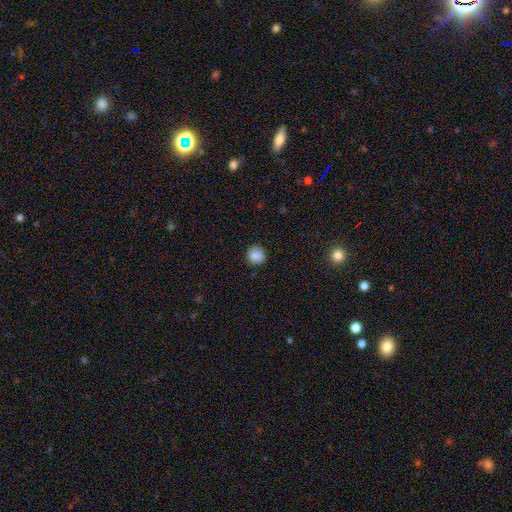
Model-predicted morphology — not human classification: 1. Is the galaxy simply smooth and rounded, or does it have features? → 85% smooth, 10% star or artifact, 5% featured or disk.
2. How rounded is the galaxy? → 91% round, 8% in between, 1% cigar-shaped.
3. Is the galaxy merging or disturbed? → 84% none, 12% minor disturbance, 3% major disturbance, 1% merger.